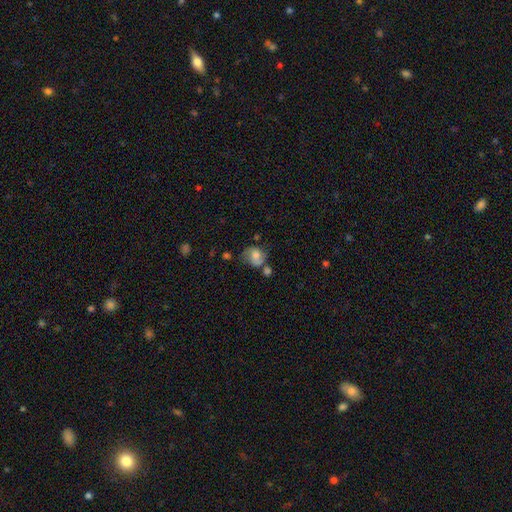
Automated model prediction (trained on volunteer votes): The model was most divided on "merging": none: 44%, minor disturbance: 25%, merger: 18%, major disturbance: 13%. More confident: how rounded — round (66%); smooth or featured — smooth (56%).